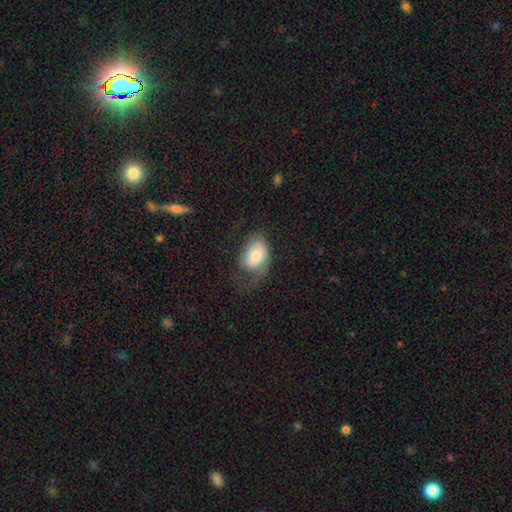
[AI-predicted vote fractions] A smooth galaxy with no disk features (62%) that is in between round and cigar-shaped (84%). Merging: none (43%).